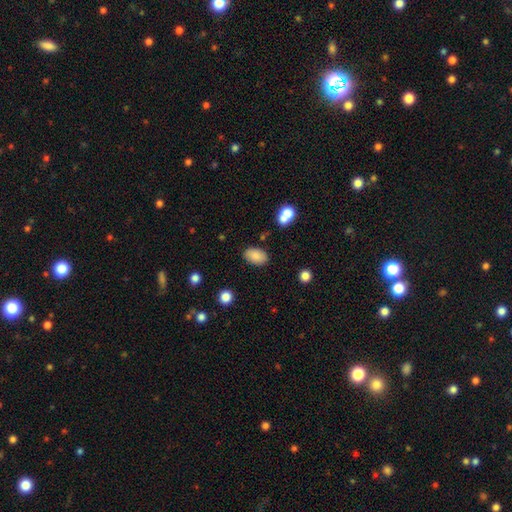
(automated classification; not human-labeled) A smooth galaxy with no disk features (86%) that is in between round and cigar-shaped (90%).

Vote fractions:
- Smooth or featured? smooth: 86% / star or artifact: 8% / featured or disk: 6%
- How rounded? in between: 90% / round: 8% / cigar-shaped: 1%
- Merging? none: 83% / minor disturbance: 11% / major disturbance: 3% / merger: 3%